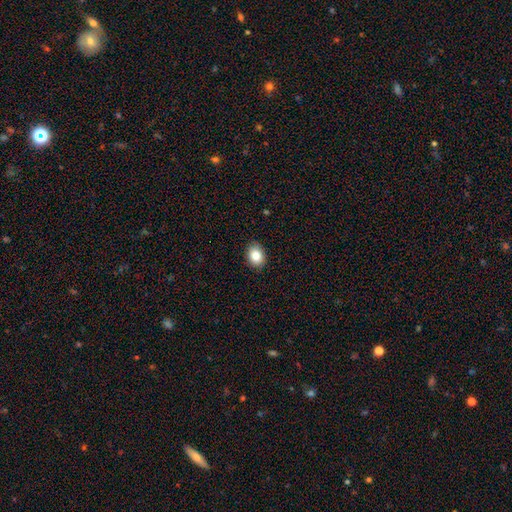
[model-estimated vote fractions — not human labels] Morphology: type=smooth (83%); roundness=in between (63%); merging=none (88%).